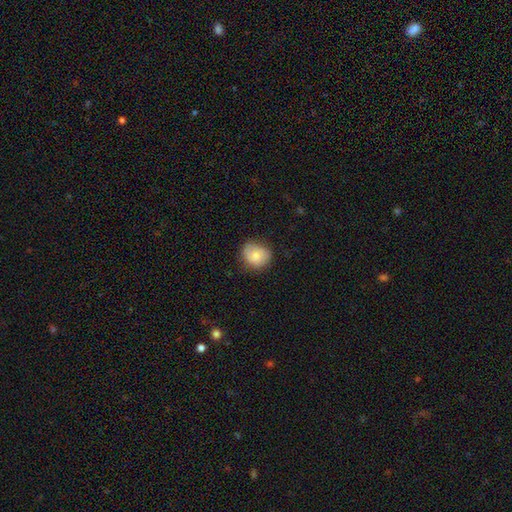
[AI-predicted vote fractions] A smooth galaxy with no disk features (79%) that is round (70%). Merging: none (74%).